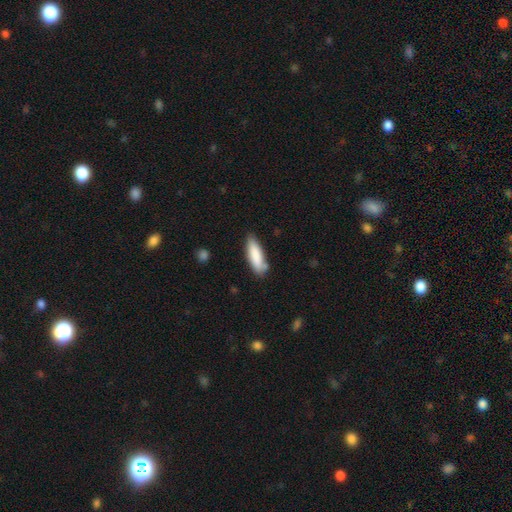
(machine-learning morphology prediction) Smooth or featured: smooth — 84% (featured or disk — 10%)
How rounded: cigar-shaped — 52% (in between — 47%)
Merging: none — 73% (minor disturbance — 19%)